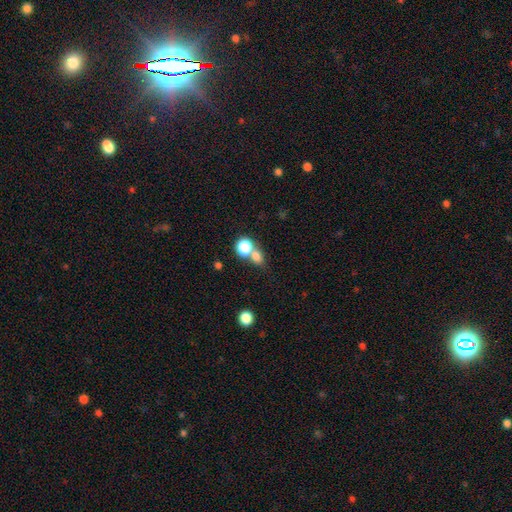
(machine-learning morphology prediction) Smooth or featured: smooth — 77% (star or artifact — 13%)
How rounded: round — 61% (in between — 37%)
Merging: merger — 48% (none — 41%)